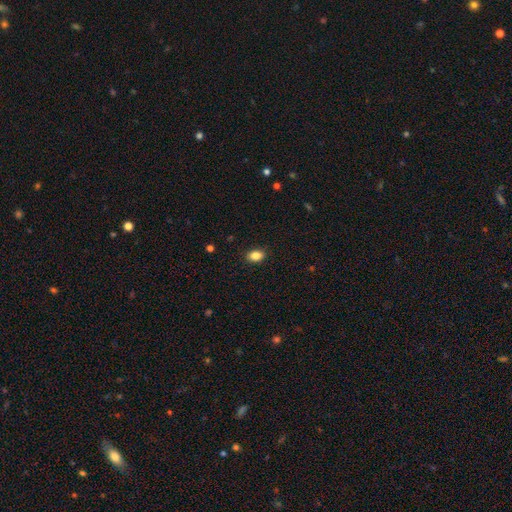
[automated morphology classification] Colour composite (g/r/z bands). It shows a smooth galaxy with no disk features (86%) that is in between round and cigar-shaped (73%). Merging: none (89%).